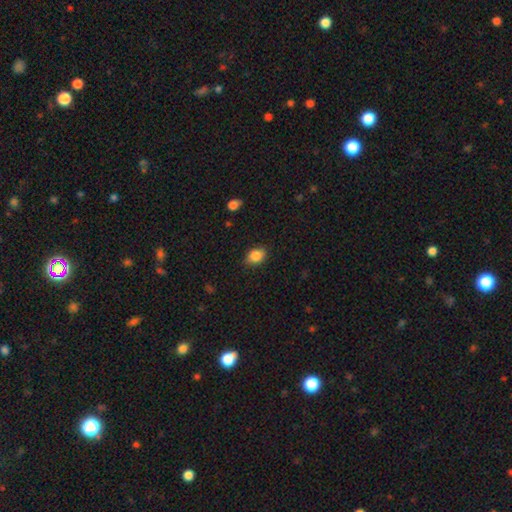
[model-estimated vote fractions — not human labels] A smooth galaxy with no disk features (85%) that is in between round and cigar-shaped (65%).

Vote fractions:
- Smooth or featured? smooth: 85% / star or artifact: 9% / featured or disk: 6%
- How rounded? in between: 65% / round: 33% / cigar-shaped: 2%
- Merging? none: 77% / minor disturbance: 19% / major disturbance: 3% / merger: 1%